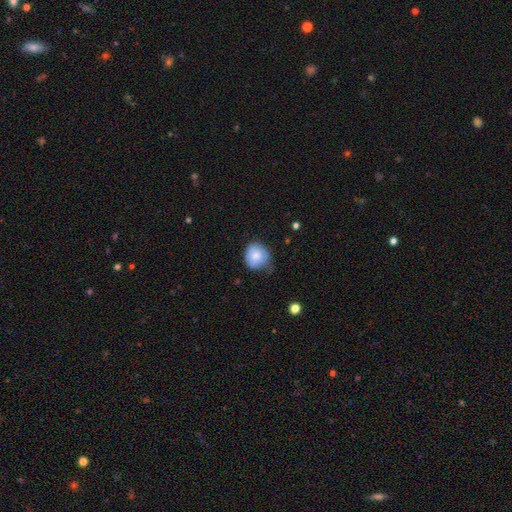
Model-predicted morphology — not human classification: type=smooth (77%); roundness=round (82%); merging=none (52%).